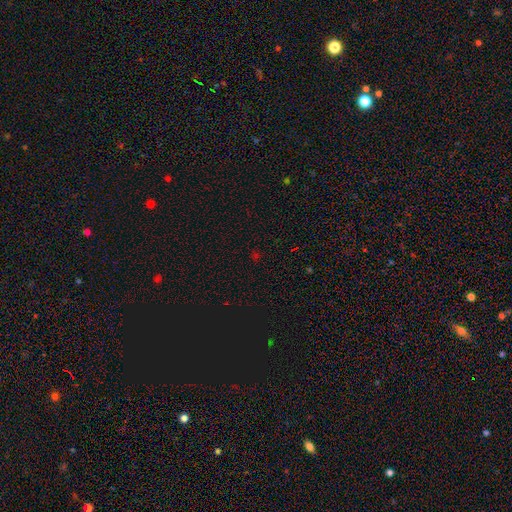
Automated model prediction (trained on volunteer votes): Smooth or featured?
  - star or artifact: 62% *
  - smooth: 31%
  - featured or disk: 7%